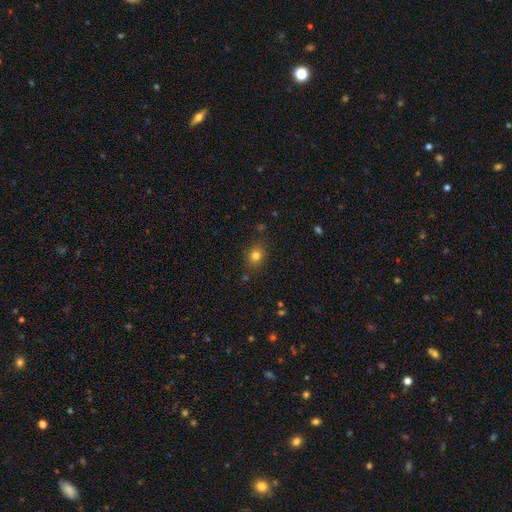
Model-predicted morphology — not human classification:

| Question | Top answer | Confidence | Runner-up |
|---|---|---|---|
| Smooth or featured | smooth | 79% | star or artifact (14%) |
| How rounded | round | 67% | in between (32%) |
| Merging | none | 82% | minor disturbance (12%) |